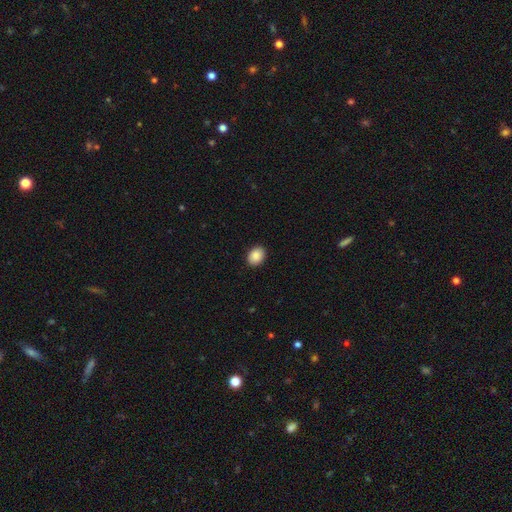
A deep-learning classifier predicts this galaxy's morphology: Smooth or featured? Predicted: smooth (p=0.89). How rounded? Predicted: in between (p=0.59). Merging? Predicted: none (p=0.91).